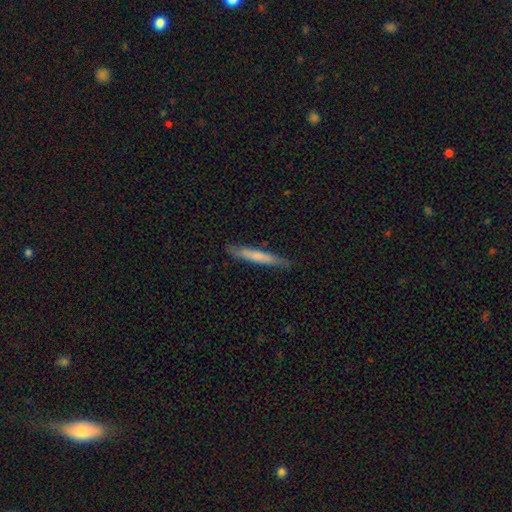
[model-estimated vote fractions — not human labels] This appears to be a smooth galaxy with no disk features (67%) that is cigar-shaped (95%). Merging: none (86%).